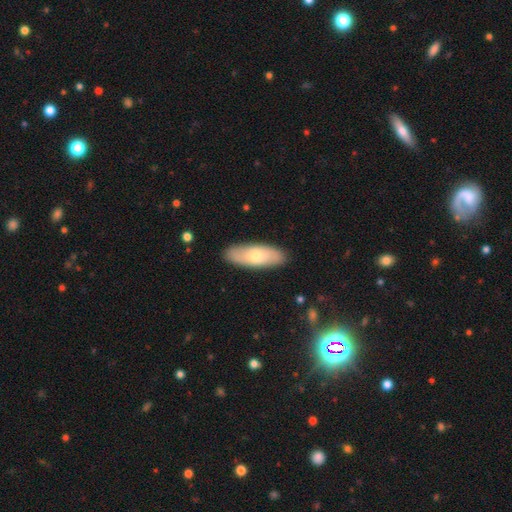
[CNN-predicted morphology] A smooth galaxy with no disk features (63%) that is in between round and cigar-shaped (67%).

Vote fractions:
- Smooth or featured? smooth: 63% / featured or disk: 32% / star or artifact: 5%
- How rounded? in between: 67% / cigar-shaped: 31% / round: 2%
- Merging? none: 87% / minor disturbance: 9% / major disturbance: 2% / merger: 1%